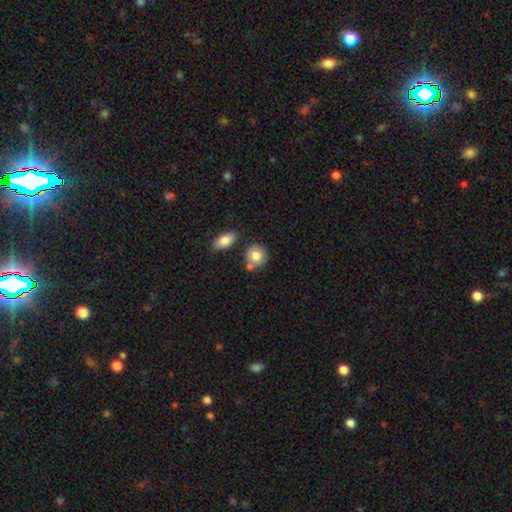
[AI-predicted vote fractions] Morphology: type=smooth (81%); roundness=round (80%); merging=none (66%).